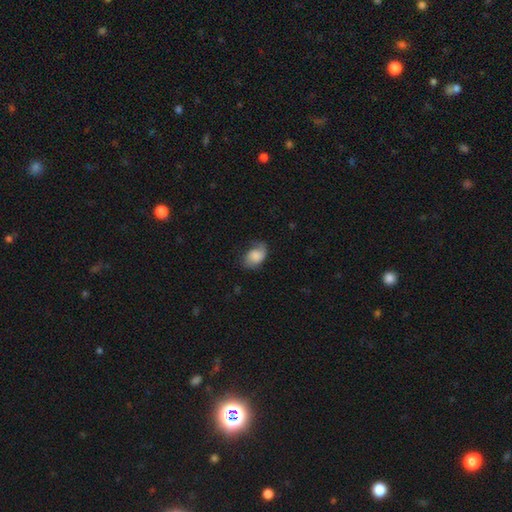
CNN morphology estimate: Q: Smooth or featured?
A: smooth (67%); runner-up: featured or disk (26%)
Q: How rounded?
A: in between (82%); runner-up: round (16%)
Q: Merging?
A: none (50%); runner-up: minor disturbance (32%)